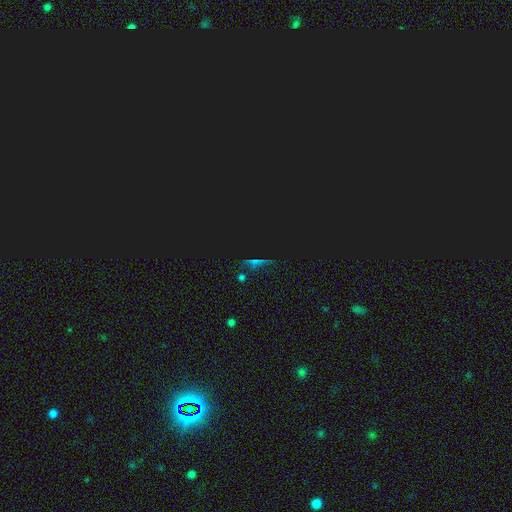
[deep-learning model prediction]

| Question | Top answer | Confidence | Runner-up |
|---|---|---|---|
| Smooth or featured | star or artifact | 69% | smooth (20%) |